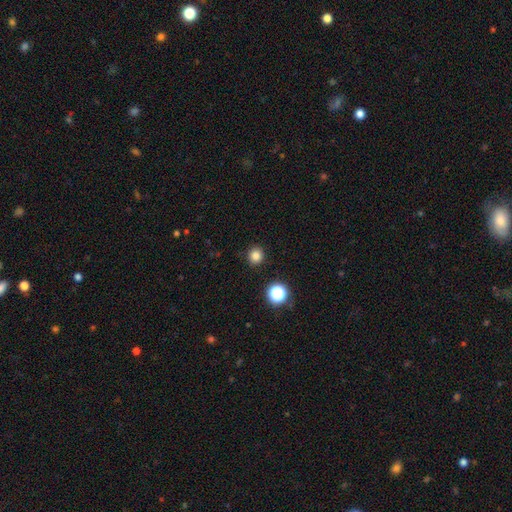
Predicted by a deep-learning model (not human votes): Morphology: type=smooth (81%); roundness=round (93%); merging=none (91%).